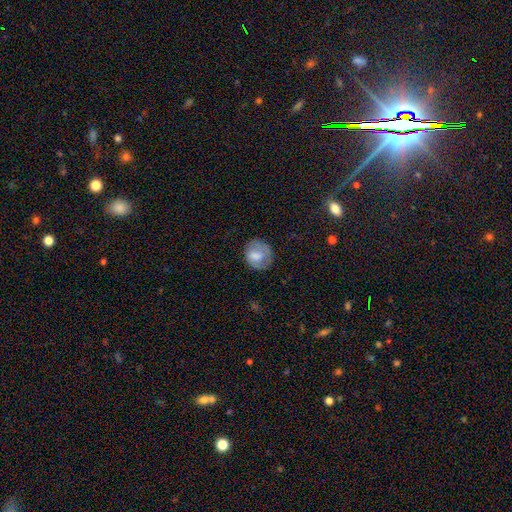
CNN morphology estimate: Q: Smooth or featured?
A: smooth (61%); runner-up: featured or disk (31%)
Q: How rounded?
A: round (75%); runner-up: in between (24%)
Q: Merging?
A: none (72%); runner-up: minor disturbance (19%)